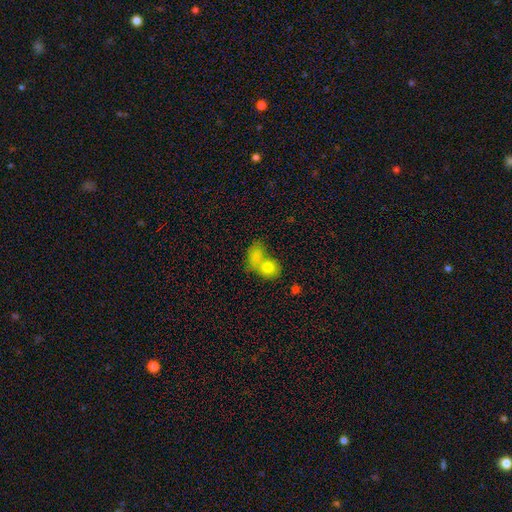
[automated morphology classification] Smooth or featured? Predicted: smooth (p=0.79). How rounded? Predicted: in between (p=0.62). Merging? Predicted: merger (p=0.64).